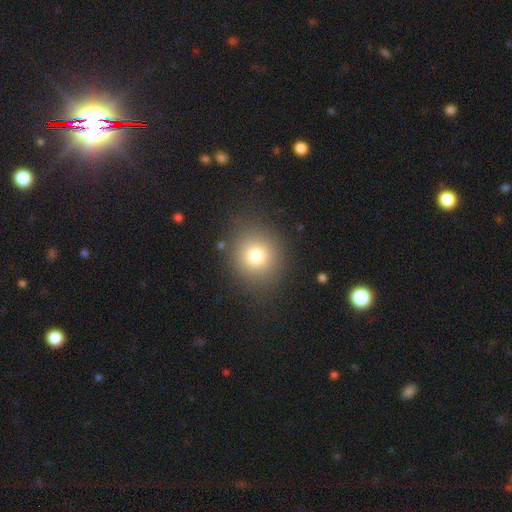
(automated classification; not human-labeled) This appears to be a smooth galaxy with no disk features (76%) that is round (87%). Merging: none (84%).